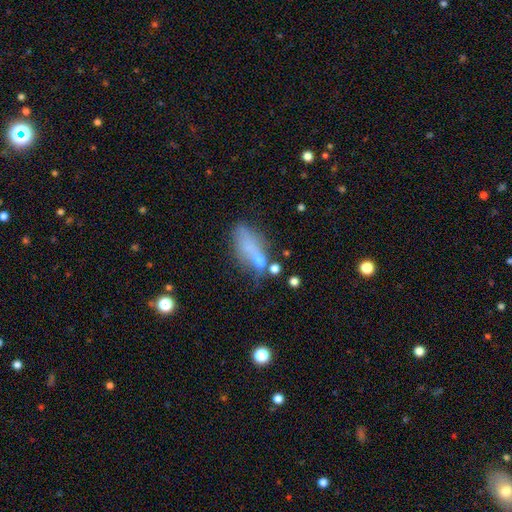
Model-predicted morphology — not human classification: smooth 58%, featured or disk 28%, star or artifact 14%. Down the decision tree: how rounded — in between (77%); merging — none (34%).